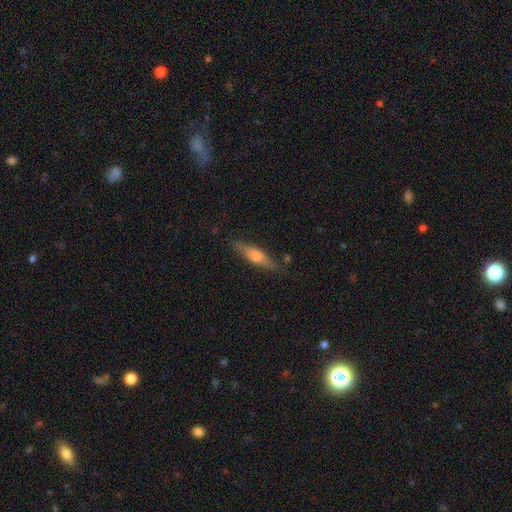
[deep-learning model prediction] This appears to be a featured or disk galaxy (50%) viewed edge-on (93%). Merging: none (85%).